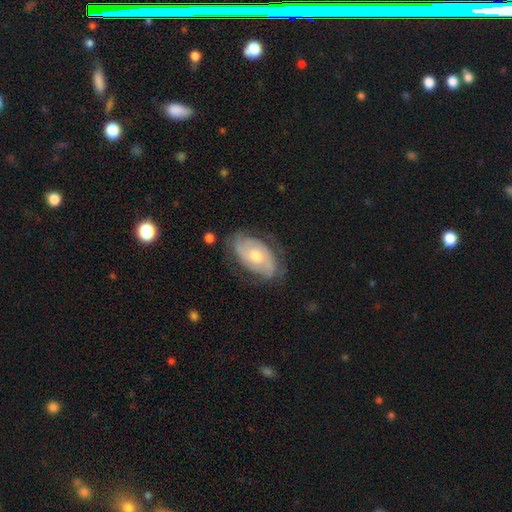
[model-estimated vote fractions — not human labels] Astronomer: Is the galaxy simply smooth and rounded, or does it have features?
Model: featured or disk — 74%.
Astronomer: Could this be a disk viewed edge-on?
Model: no — 95%.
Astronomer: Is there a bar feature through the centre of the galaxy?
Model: no — 72%.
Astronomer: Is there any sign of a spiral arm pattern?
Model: yes — 87%.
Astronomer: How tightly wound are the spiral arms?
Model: tight — 54% (runner-up: medium, 34%).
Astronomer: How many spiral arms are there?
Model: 2 — 53% (runner-up: can't tell, 30%).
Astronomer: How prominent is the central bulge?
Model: moderate — 65%.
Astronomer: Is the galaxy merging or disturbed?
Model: none — 68%.